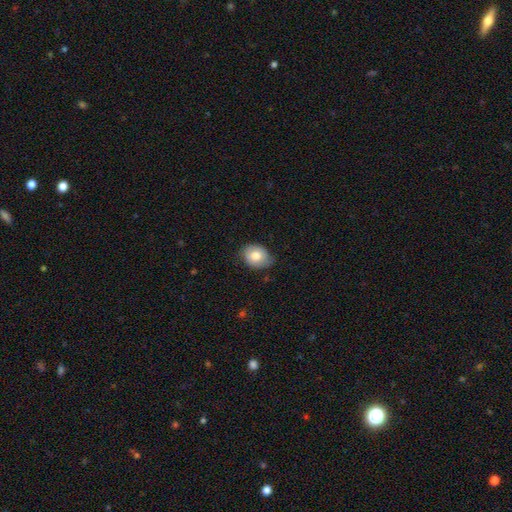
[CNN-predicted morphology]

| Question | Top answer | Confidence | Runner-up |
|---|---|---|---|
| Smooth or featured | smooth | 76% | featured or disk (16%) |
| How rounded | in between | 52% | round (47%) |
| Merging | none | 67% | minor disturbance (27%) |